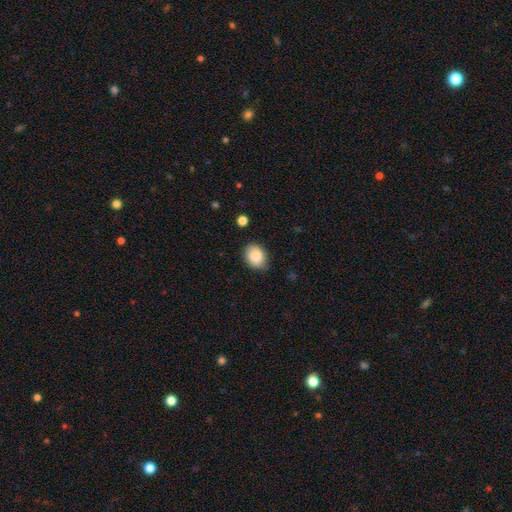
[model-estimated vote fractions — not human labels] Q: Smooth or featured?
A: smooth (84%); runner-up: featured or disk (8%)
Q: How rounded?
A: in between (61%); runner-up: round (38%)
Q: Merging?
A: none (84%); runner-up: minor disturbance (12%)